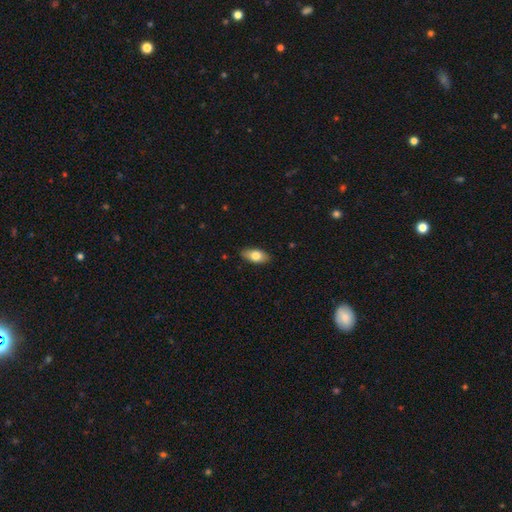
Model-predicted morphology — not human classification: Q: Smooth or featured?
A: smooth (77%); runner-up: featured or disk (17%)
Q: How rounded?
A: in between (89%); runner-up: cigar-shaped (7%)
Q: Merging?
A: none (87%); runner-up: minor disturbance (10%)